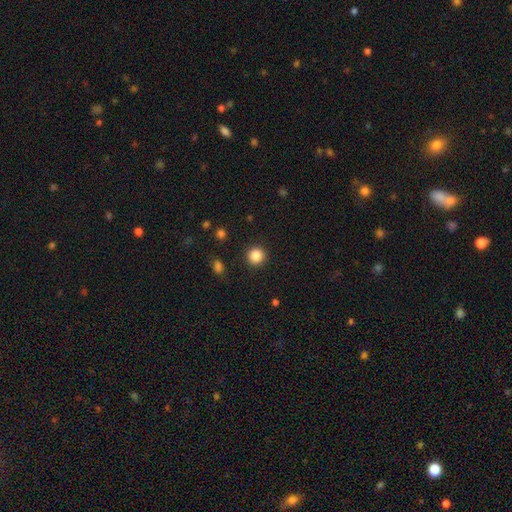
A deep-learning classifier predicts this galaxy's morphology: Overall: smooth (86%). How rounded: round (94%). Merging: none (91%).